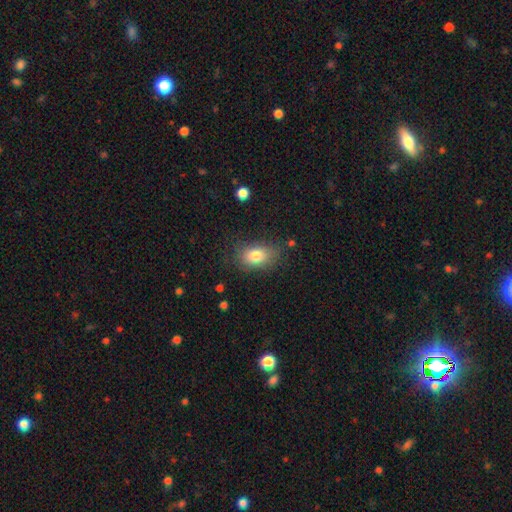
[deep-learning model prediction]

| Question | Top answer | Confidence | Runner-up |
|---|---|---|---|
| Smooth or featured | smooth | 81% | featured or disk (11%) |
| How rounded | in between | 84% | round (15%) |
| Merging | none | 71% | minor disturbance (20%) |